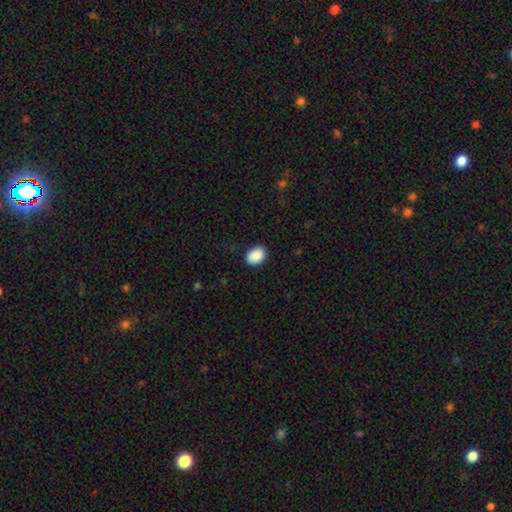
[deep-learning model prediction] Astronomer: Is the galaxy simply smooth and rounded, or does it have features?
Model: smooth — 90%.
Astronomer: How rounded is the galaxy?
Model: in between — 74%.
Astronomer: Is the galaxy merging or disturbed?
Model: none — 87%.